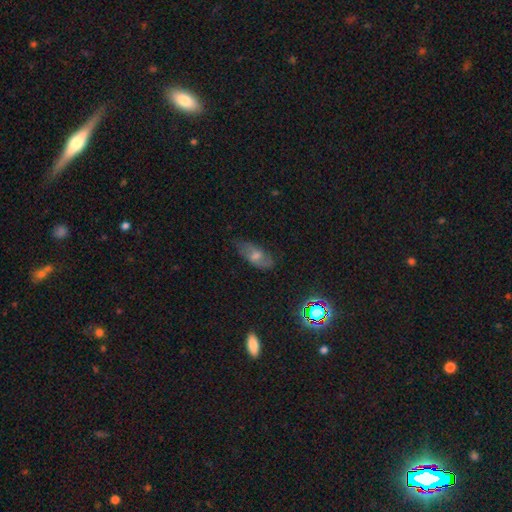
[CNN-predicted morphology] Smooth or featured: smooth — 45% (featured or disk — 39%)
Merging: none — 71% (minor disturbance — 22%)